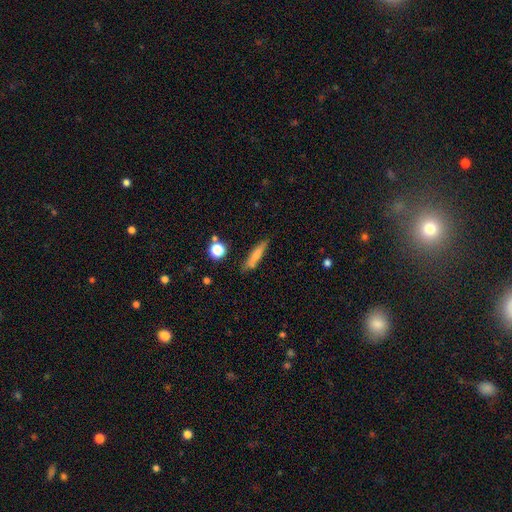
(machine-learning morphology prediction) Q: Smooth or featured?
A: smooth (68%); runner-up: featured or disk (24%)
Q: How rounded?
A: cigar-shaped (81%); runner-up: in between (15%)
Q: Merging?
A: none (74%); runner-up: minor disturbance (17%)